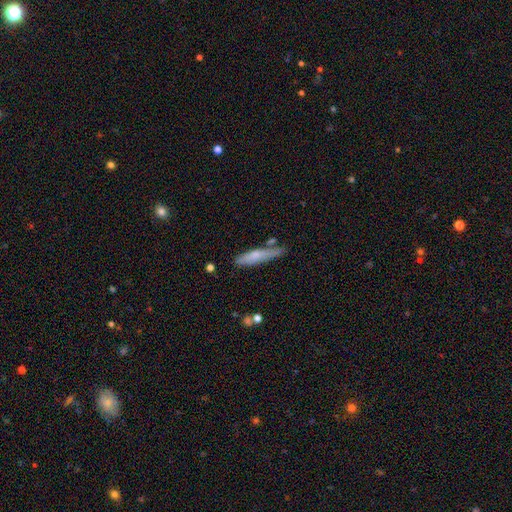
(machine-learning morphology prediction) Smooth or featured: smooth — 63% (featured or disk — 31%)
How rounded: cigar-shaped — 83% (in between — 15%)
Merging: none — 65% (minor disturbance — 23%)